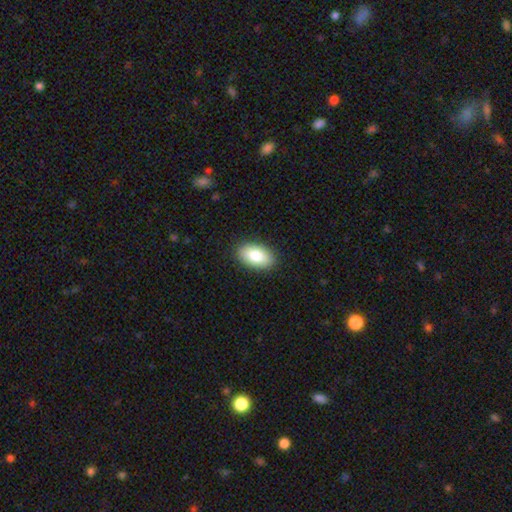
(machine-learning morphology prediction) This appears to be a smooth galaxy with no disk features (82%) that is in between round and cigar-shaped (93%). Merging: none (89%).